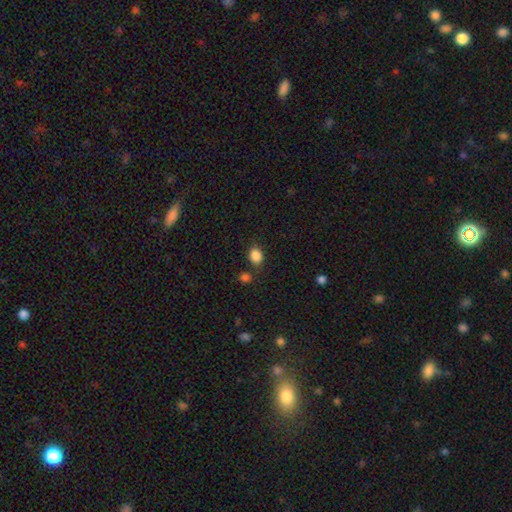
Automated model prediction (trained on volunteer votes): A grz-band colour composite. It shows a smooth galaxy with no disk features (86%) that is in between round and cigar-shaped (52%). Merging: none (75%).